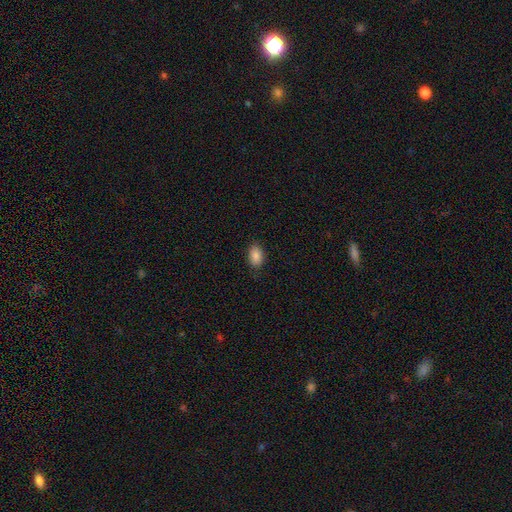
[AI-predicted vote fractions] smooth 87%, star or artifact 8%, featured or disk 5%. Down the decision tree: how rounded — in between (91%); merging — none (86%).